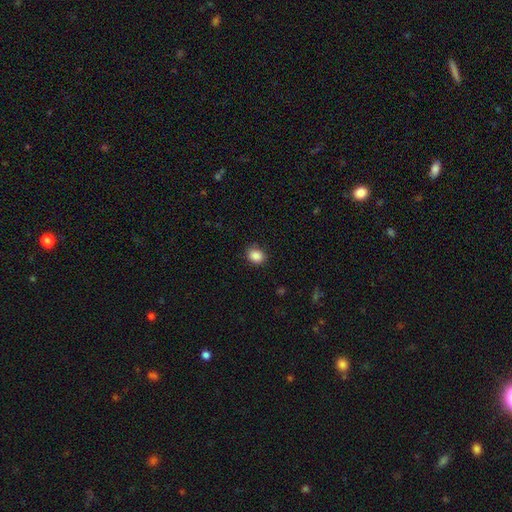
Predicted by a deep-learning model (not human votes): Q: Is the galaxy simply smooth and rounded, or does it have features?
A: smooth — 88%.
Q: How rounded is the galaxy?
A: round — 52%.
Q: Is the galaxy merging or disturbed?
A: none — 84%.